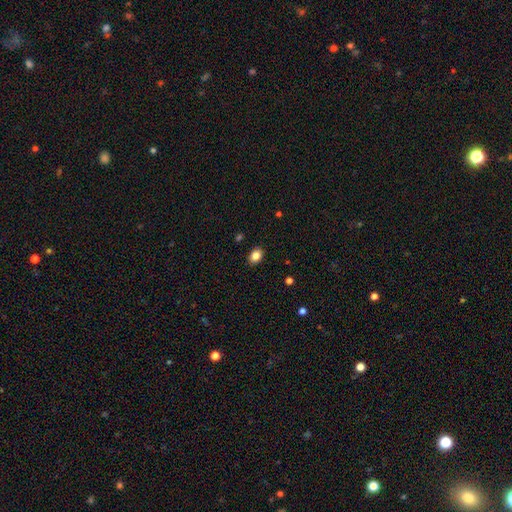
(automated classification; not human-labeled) The model was most divided on "how rounded": in between: 74%, round: 25%, cigar-shaped: 1%. More confident: merging — none (89%); smooth or featured — smooth (85%).